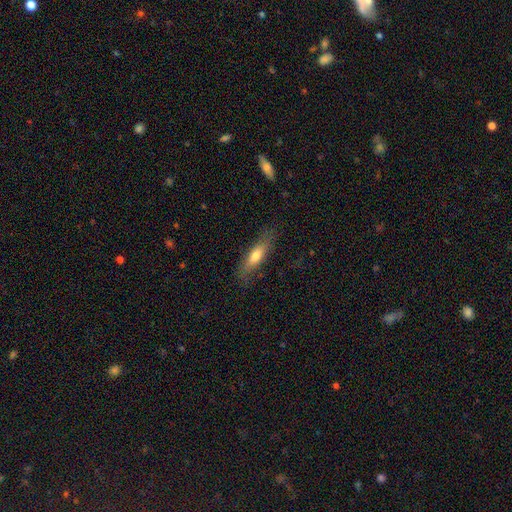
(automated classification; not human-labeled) Morphology: type=smooth (64%); roundness=cigar-shaped (57%); merging=none (75%).